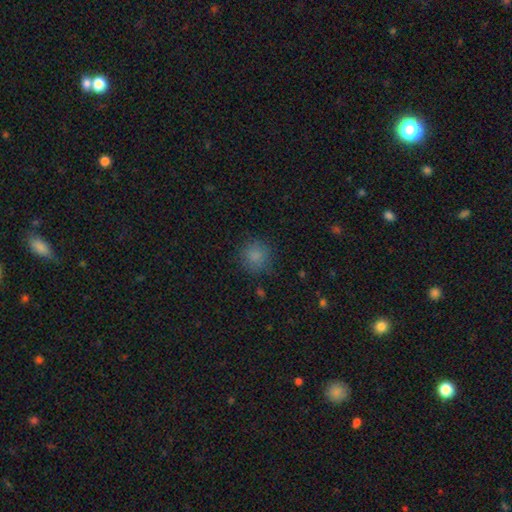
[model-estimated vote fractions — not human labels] A smooth galaxy with no disk features (82%) that is round (90%).

Vote fractions:
- Smooth or featured? smooth: 82% / star or artifact: 13% / featured or disk: 5%
- How rounded? round: 90% / in between: 9% / cigar-shaped: 1%
- Merging? none: 83% / minor disturbance: 12% / major disturbance: 4% / merger: 1%